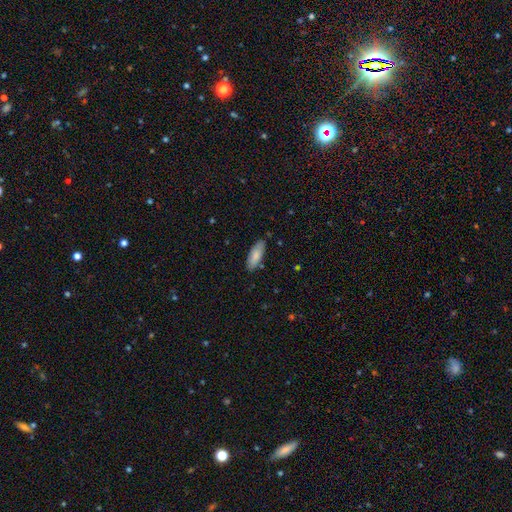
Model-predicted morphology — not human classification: This appears to be a smooth galaxy with no disk features (82%) that is in between round and cigar-shaped (69%). Merging: none (83%).